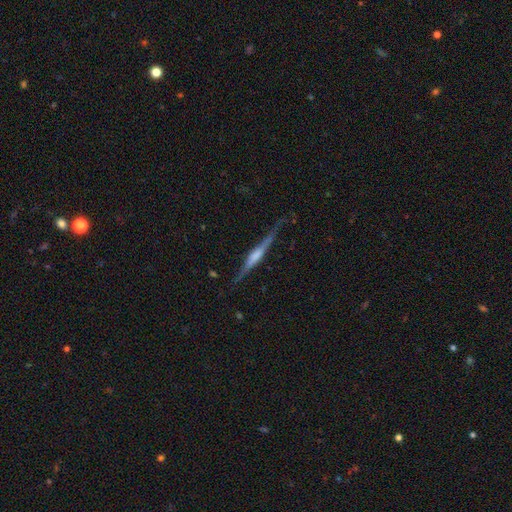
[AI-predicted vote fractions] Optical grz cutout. It shows a featured or disk galaxy (76%) viewed edge-on (97%) with a rounded central bulge (49%). Merging: none (80%).